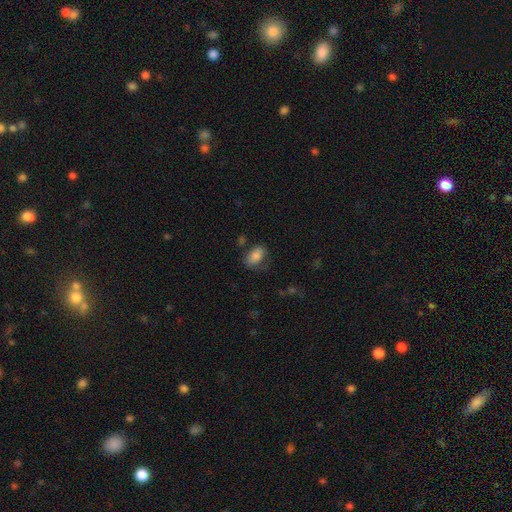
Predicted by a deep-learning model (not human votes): Q: Smooth or featured?
A: smooth (83%); runner-up: featured or disk (9%)
Q: How rounded?
A: in between (91%); runner-up: round (7%)
Q: Merging?
A: none (62%); runner-up: minor disturbance (24%)